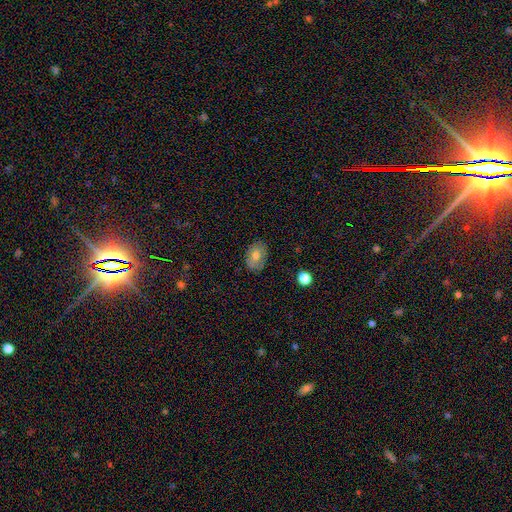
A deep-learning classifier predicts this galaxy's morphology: Smooth or featured? smooth (66%)
How rounded? in between (80%)
Merging? none (84%)